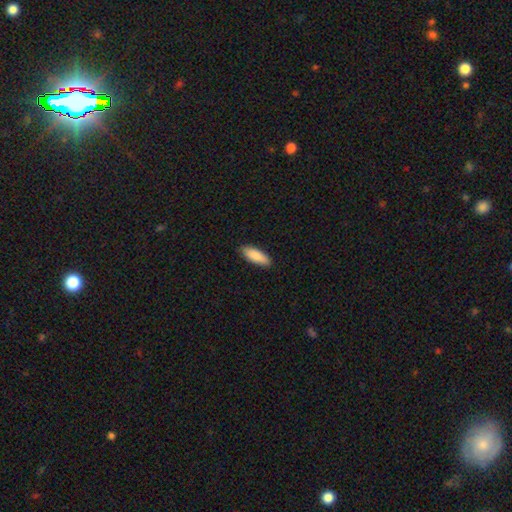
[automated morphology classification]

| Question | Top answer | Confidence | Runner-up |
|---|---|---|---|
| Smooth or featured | smooth | 88% | featured or disk (6%) |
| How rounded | in between | 68% | cigar-shaped (30%) |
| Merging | none | 88% | minor disturbance (10%) |